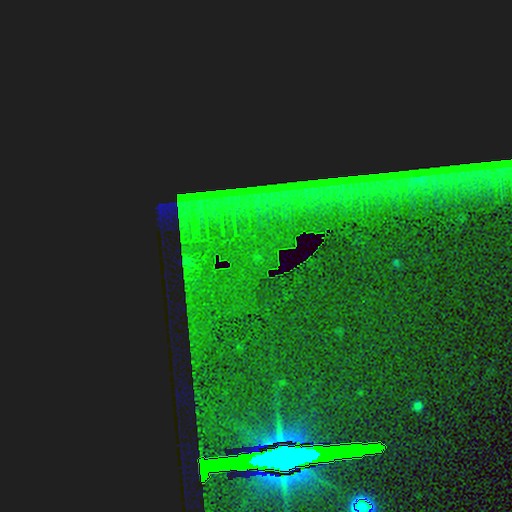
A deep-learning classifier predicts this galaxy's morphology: smooth_or_featured: star or artifact (p=0.89) [alt: featured or disk p=0.06]